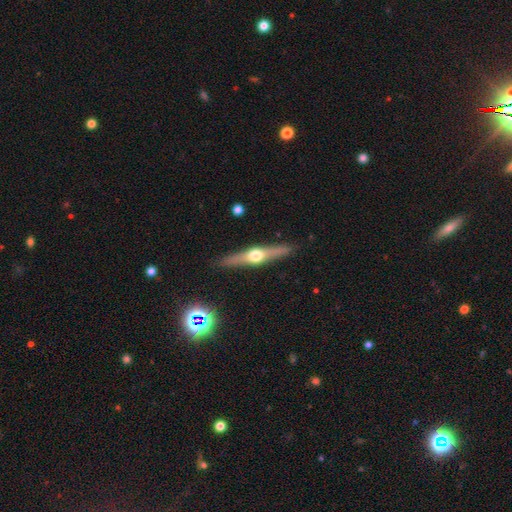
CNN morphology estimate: The model was most divided on "smooth or featured": featured or disk: 73%, smooth: 21%, star or artifact: 6%. More confident: edge-on disk — yes (97%); edge-on bulge — rounded (96%); merging — none (89%).